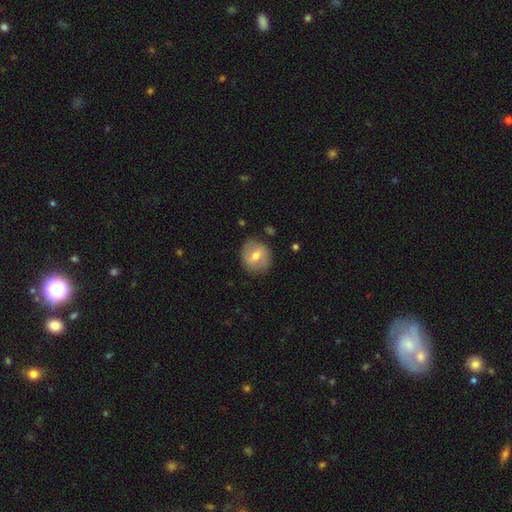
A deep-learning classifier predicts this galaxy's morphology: This is possibly a smooth galaxy (58%). How rounded: clearly round (82%). Merging: clearly none (84%).